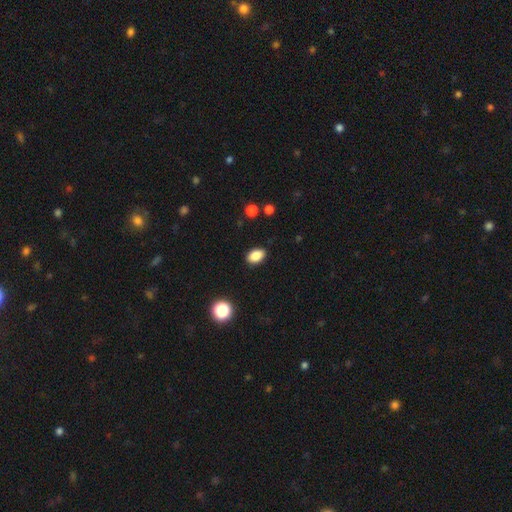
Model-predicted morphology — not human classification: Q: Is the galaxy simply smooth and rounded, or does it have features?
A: smooth — 86%.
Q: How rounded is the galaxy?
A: in between — 86%.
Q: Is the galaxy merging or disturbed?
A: none — 88%.